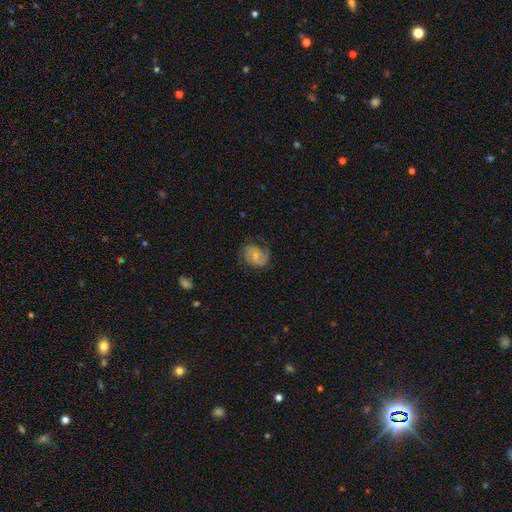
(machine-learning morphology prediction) This appears to be a featured or disk galaxy (73%) with no bar (49%), 2 (73%) medium (46%) spiral arms (94%) and a small central bulge (55%). Merging: none (66%).